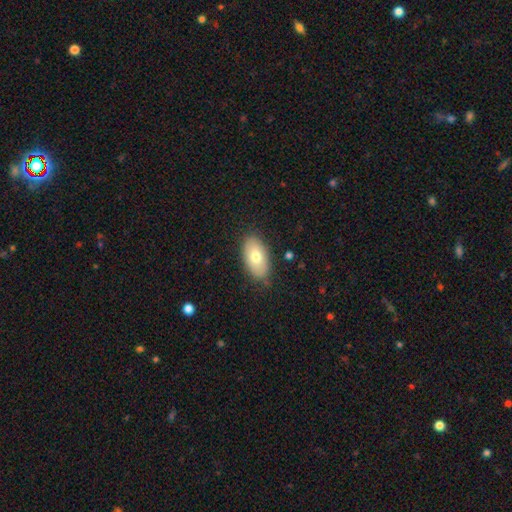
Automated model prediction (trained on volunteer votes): smooth 74%, featured or disk 20%, star or artifact 7%. Down the decision tree: how rounded — in between (94%); merging — none (84%).